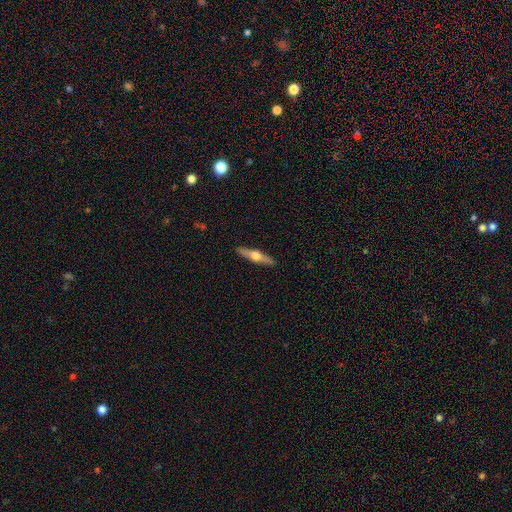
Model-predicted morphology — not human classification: The model was most divided on "smooth or featured": featured or disk: 65%, smooth: 29%, star or artifact: 5%. More confident: edge-on disk — yes (96%); edge-on bulge — rounded (95%); merging — none (91%).